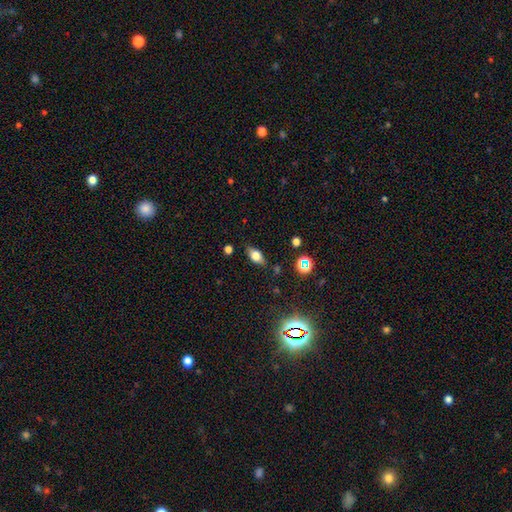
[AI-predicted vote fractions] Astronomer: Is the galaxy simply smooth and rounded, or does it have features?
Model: smooth — 62%.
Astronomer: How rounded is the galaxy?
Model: in between — 80%.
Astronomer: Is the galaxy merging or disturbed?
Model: none — 82%.